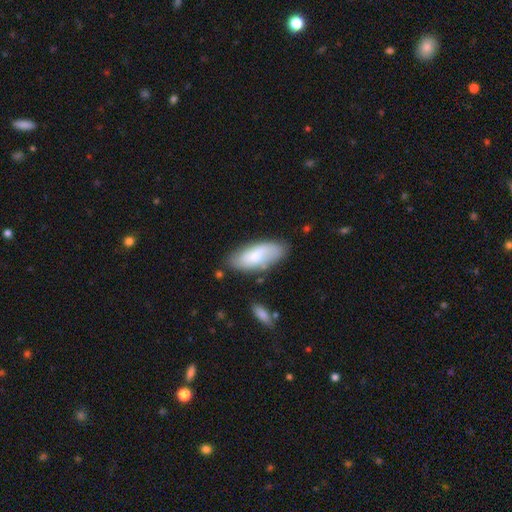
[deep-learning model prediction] A smooth galaxy with no disk features (61%) that is in between round and cigar-shaped (85%).

Vote fractions:
- Smooth or featured? smooth: 61% / featured or disk: 33% / star or artifact: 6%
- How rounded? in between: 85% / cigar-shaped: 13% / round: 2%
- Merging? none: 72% / minor disturbance: 19% / major disturbance: 4% / merger: 4%